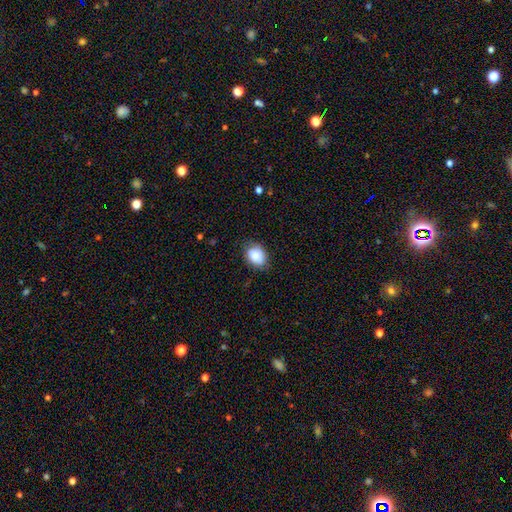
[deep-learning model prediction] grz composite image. It shows a smooth galaxy with no disk features (83%) that is in between round and cigar-shaped (72%). Merging: none (71%).